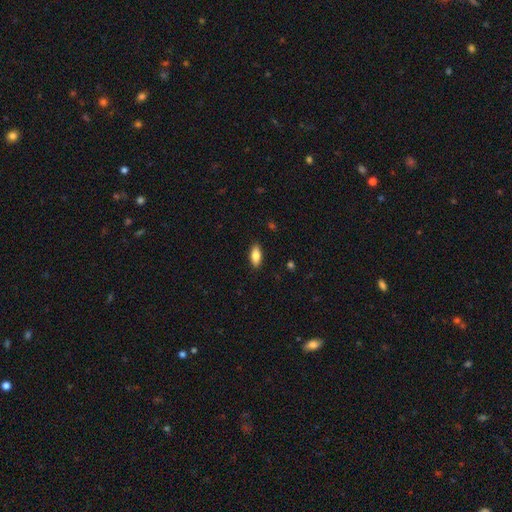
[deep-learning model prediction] Smooth or featured?
  - smooth: 81% *
  - featured or disk: 13%
  - star or artifact: 7%
How rounded?
  - in between: 84% *
  - cigar-shaped: 14%
  - round: 2%
Merging?
  - none: 88% *
  - minor disturbance: 9%
  - major disturbance: 2%
  - merger: 1%